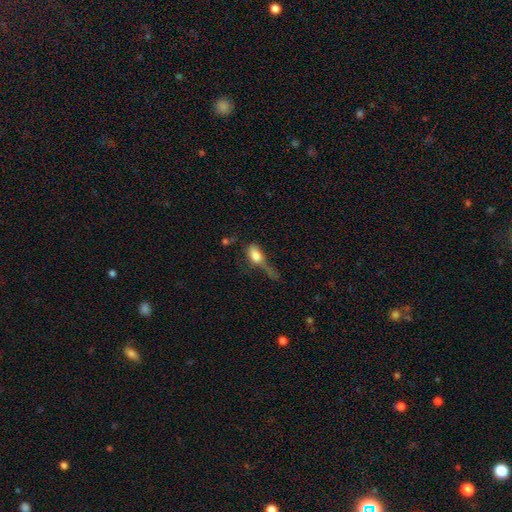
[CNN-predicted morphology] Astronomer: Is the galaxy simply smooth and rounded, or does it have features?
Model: smooth — 69%.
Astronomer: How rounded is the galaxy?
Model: in between — 77%.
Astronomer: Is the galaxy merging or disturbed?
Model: major disturbance — 48%.